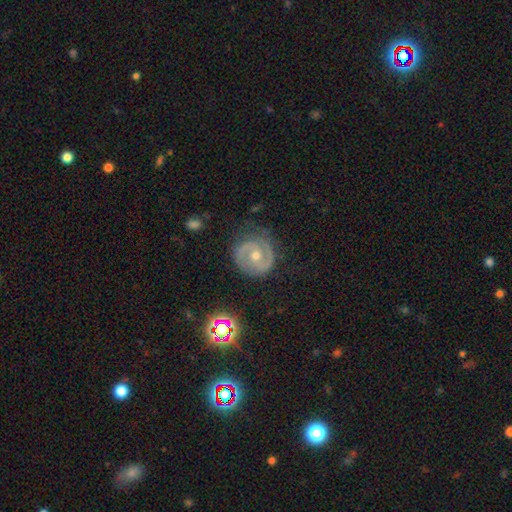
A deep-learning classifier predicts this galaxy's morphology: featured or disk 80%, smooth 11%, star or artifact 8%. Down the decision tree: edge-on disk — no (98%); bar — no (55%); spiral arms — yes (91%); spiral arm count — 2 (81%); spiral winding — tight (51%); bulge size — moderate (58%); merging — none (76%).